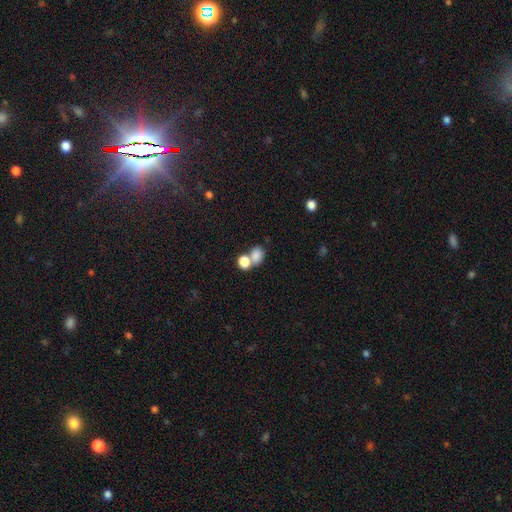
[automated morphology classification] This appears to be a smooth galaxy with no disk features (80%) that is in between round and cigar-shaped (56%). Merging: merger (52%).